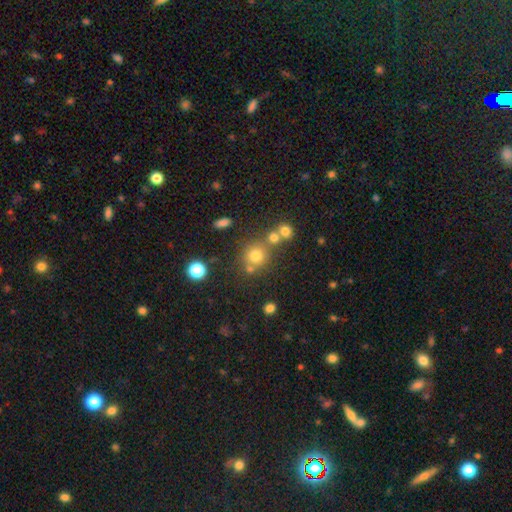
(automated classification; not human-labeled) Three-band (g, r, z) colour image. It shows a smooth galaxy with no disk features (69%) that is round (87%). Merging: none (65%).